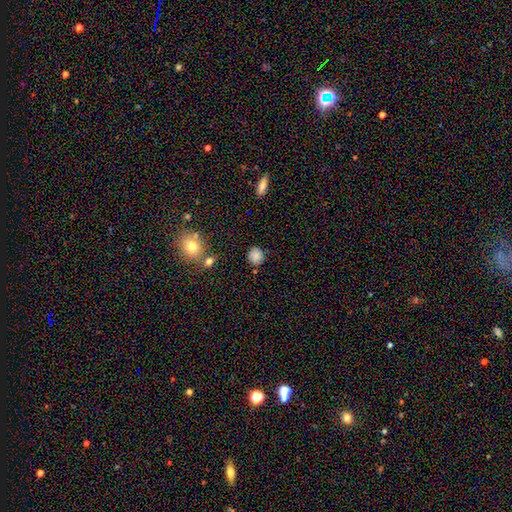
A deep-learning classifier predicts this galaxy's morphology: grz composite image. It shows a smooth galaxy with no disk features (83%) that is round (81%). Merging: none (79%).